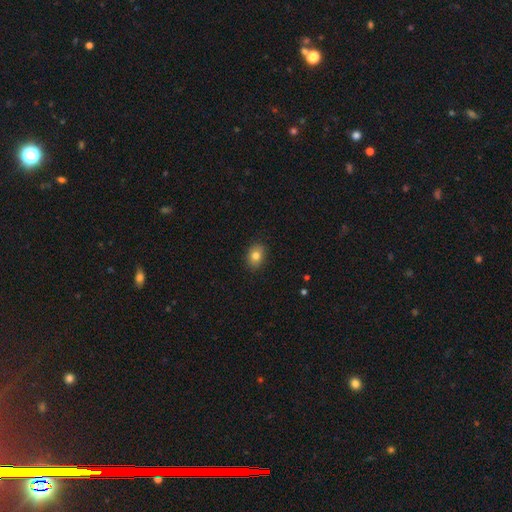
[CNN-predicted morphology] This appears to be a smooth galaxy with no disk features (81%) that is in between round and cigar-shaped (64%). Merging: none (89%).